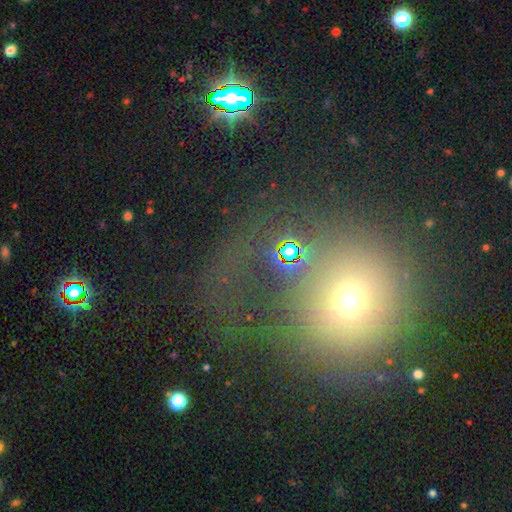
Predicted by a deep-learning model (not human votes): Smooth or featured?
  - smooth: 56% *
  - star or artifact: 27%
  - featured or disk: 18%
How rounded?
  - round: 87% *
  - in between: 12%
  - cigar-shaped: 1%
Merging?
  - none: 41% *
  - major disturbance: 35%
  - minor disturbance: 15%
  - merger: 9%